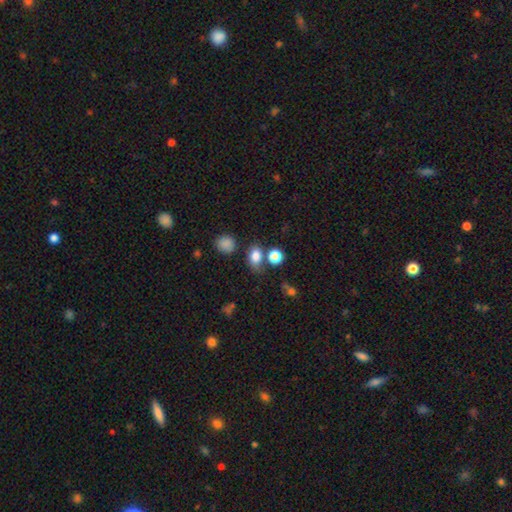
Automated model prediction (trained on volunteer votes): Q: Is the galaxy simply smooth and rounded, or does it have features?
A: smooth — 81%.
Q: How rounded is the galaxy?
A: in between — 59%.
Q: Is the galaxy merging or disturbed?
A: none — 64%.